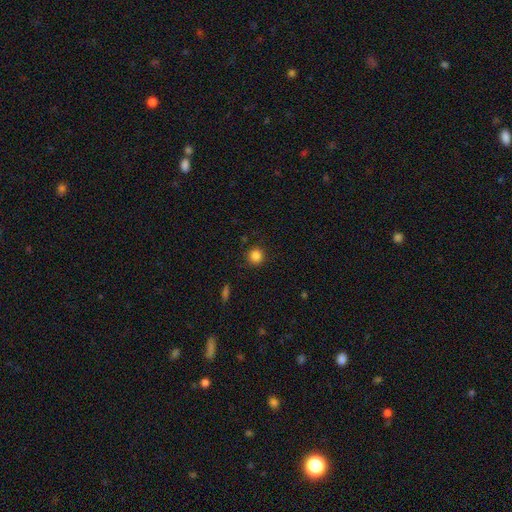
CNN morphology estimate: smooth-or-featured: smooth: 85% | star or artifact: 11% | featured or disk: 4%
  how-rounded: round: 93% | in between: 6% | cigar-shaped: 1%
  merging: none: 89% | minor disturbance: 7% | major disturbance: 2% | merger: 1%